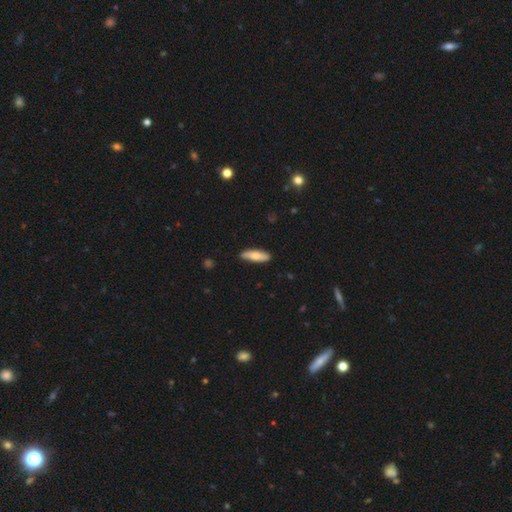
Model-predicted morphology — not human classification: Overall: smooth (71%). How rounded: cigar-shaped (55%; in between 43%). Merging: none (87%).